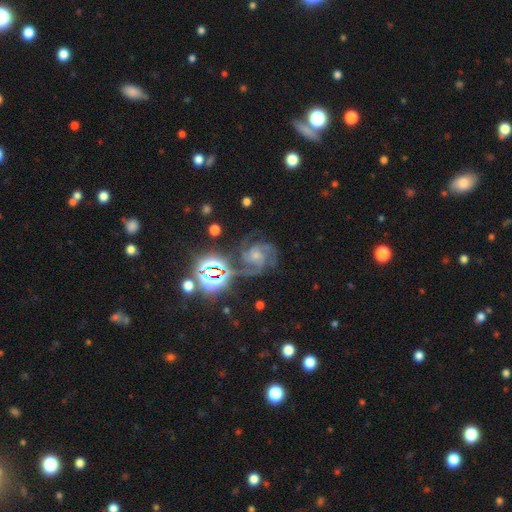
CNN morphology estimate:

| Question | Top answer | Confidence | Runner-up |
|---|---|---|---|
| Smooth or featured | featured or disk | 76% | star or artifact (16%) |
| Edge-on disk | no | 98% | yes (2%) |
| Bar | no | 62% | weak (29%) |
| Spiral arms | yes | 97% | no (3%) |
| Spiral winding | medium | 48% | tight (44%) |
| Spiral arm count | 3 | 48% | 2 (22%) |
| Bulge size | small | 50% | moderate (36%) |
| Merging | none | 64% | minor disturbance (18%) |